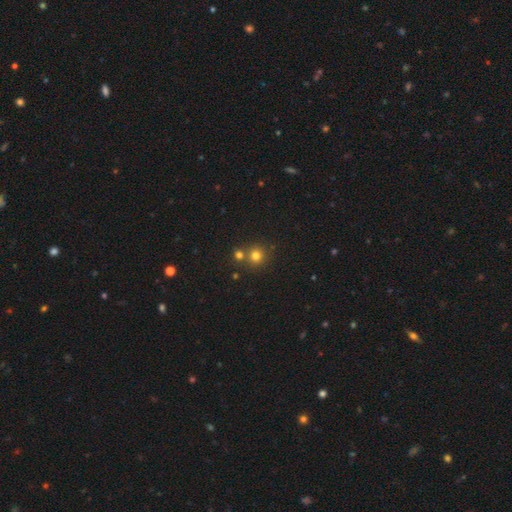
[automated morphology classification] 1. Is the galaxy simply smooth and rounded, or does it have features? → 76% smooth, 17% star or artifact, 7% featured or disk.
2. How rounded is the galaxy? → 92% round, 7% in between, 1% cigar-shaped.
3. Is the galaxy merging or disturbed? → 69% none, 22% merger, 7% minor disturbance, 2% major disturbance.